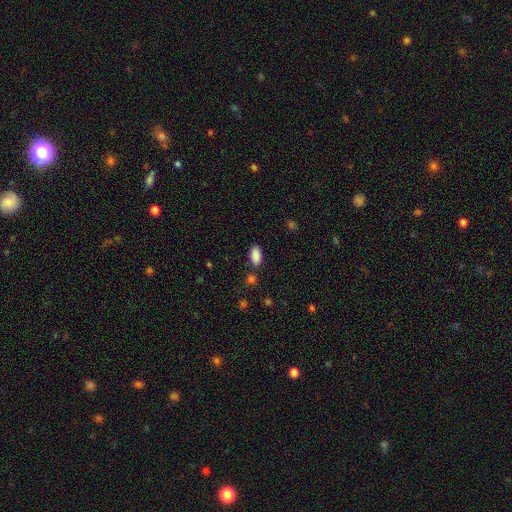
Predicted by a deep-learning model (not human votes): This appears to be a smooth galaxy with no disk features (89%) that is in between round and cigar-shaped (93%). Merging: none (80%).